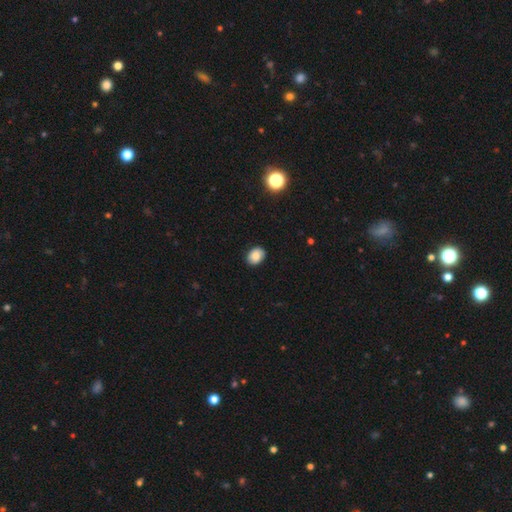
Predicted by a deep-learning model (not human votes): This appears to be a smooth galaxy with no disk features (82%) that is in between round and cigar-shaped (63%). Merging: none (88%).